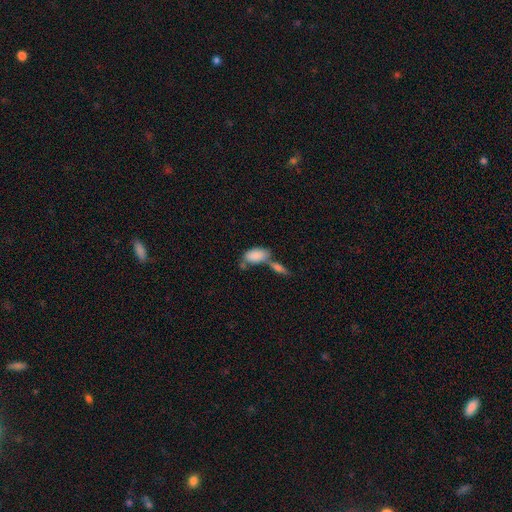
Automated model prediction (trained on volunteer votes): This appears to be a smooth galaxy with no disk features (84%) that is in between round and cigar-shaped (92%). Merging: merger (43%).